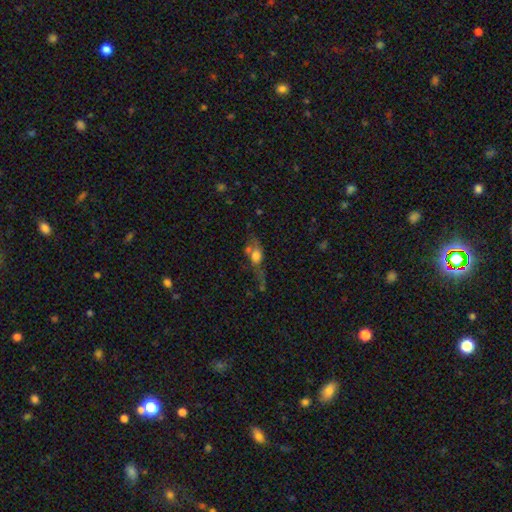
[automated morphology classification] Q: Smooth or featured?
A: smooth (50%); runner-up: featured or disk (36%)
Q: How rounded?
A: in between (56%); runner-up: cigar-shaped (23%)
Q: Merging?
A: none (33%); runner-up: merger (24%)